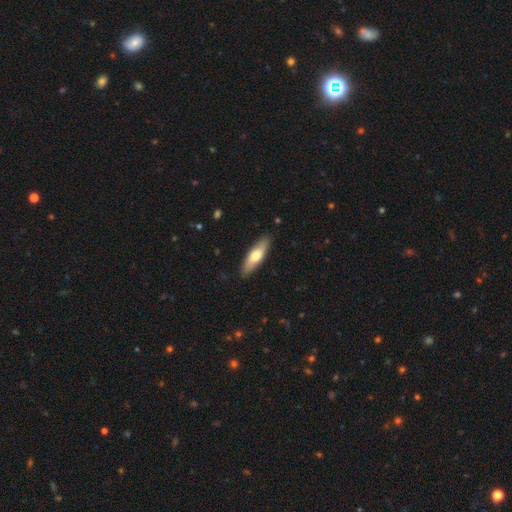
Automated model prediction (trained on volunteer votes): Smooth or featured? smooth (65%)
How rounded? cigar-shaped (53%)
Merging? none (88%)